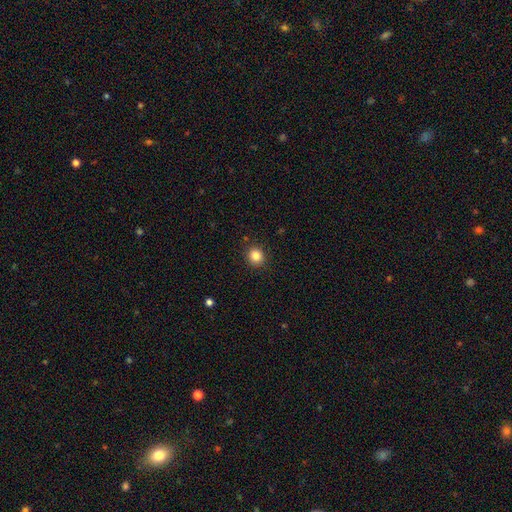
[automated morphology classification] smooth-or-featured: smooth: 84% | star or artifact: 11% | featured or disk: 5%
  how-rounded: round: 89% | in between: 10% | cigar-shaped: 1%
  merging: none: 91% | minor disturbance: 6% | major disturbance: 2% | merger: 1%